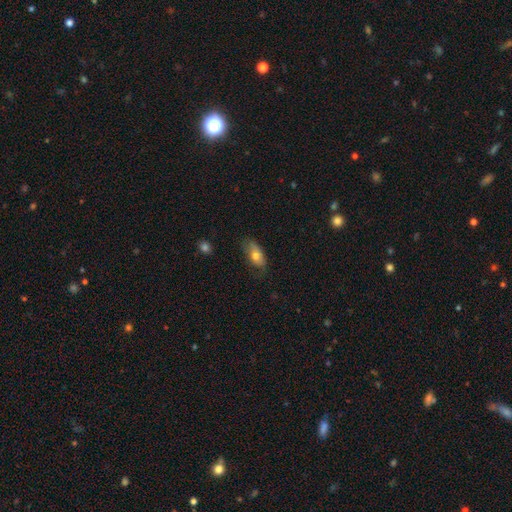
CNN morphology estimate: A smooth galaxy with no disk features (72%) that is in between round and cigar-shaped (88%). Merging: none (61%).